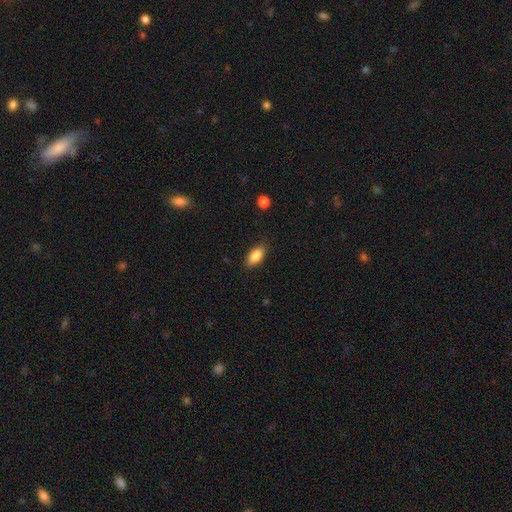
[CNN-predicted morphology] The model was most divided on "merging": none: 85%, minor disturbance: 11%, major disturbance: 3%, merger: 1%. More confident: how rounded — in between (88%); smooth or featured — smooth (84%).